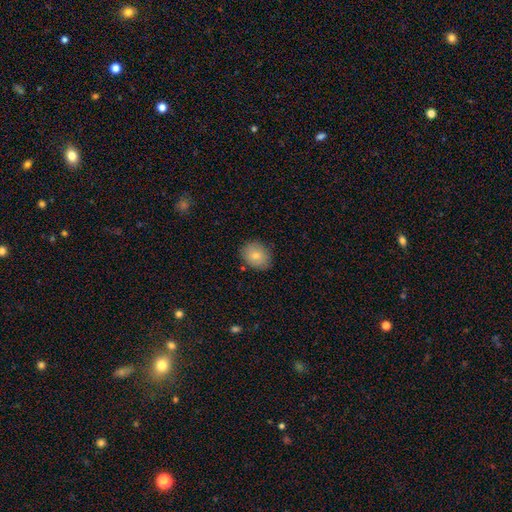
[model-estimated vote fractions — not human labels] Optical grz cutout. It shows a smooth galaxy with no disk features (79%) that is in between round and cigar-shaped (50%). Merging: none (85%).